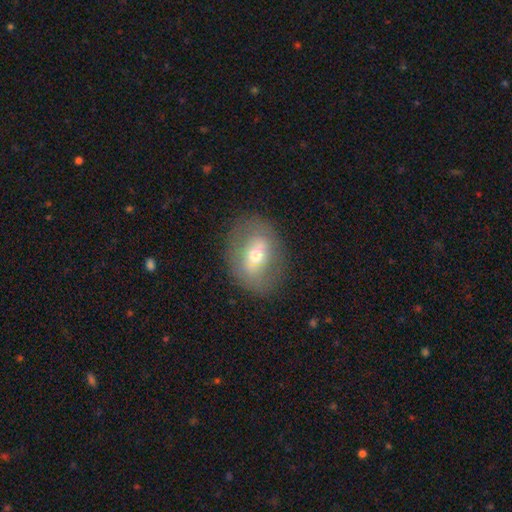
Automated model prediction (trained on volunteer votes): featured or disk 48%, smooth 44%, star or artifact 8%. Down the decision tree: merging — none (81%).